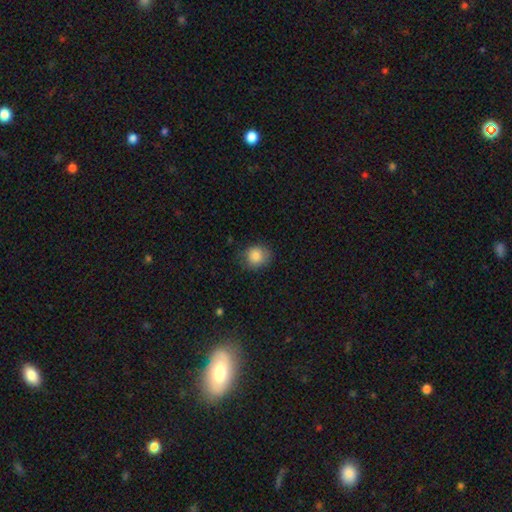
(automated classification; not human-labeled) smooth 87%, star or artifact 9%, featured or disk 5%. Down the decision tree: how rounded — round (77%); merging — none (78%).